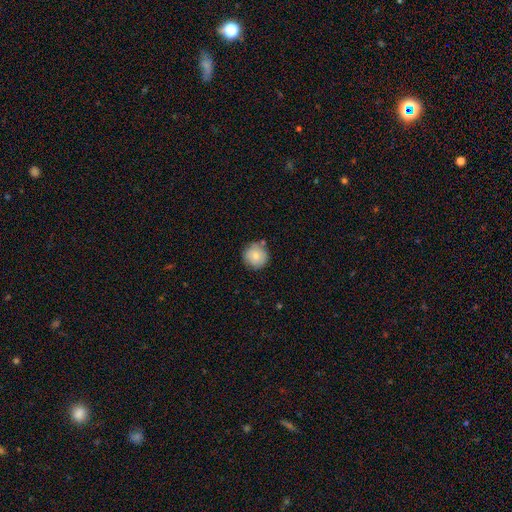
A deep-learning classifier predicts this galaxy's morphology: type=smooth (80%); roundness=round (95%); merging=none (79%).